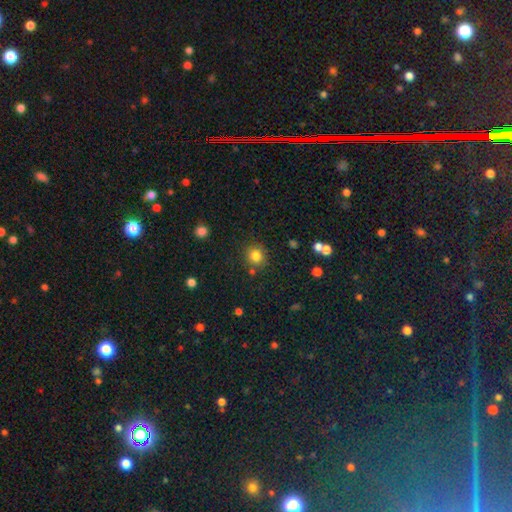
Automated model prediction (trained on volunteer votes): smooth_or_featured: smooth (p=0.82) [alt: star or artifact p=0.13]
how_rounded: round (p=0.83) [alt: in between p=0.16]
merging: none (p=0.79) [alt: minor disturbance p=0.11]